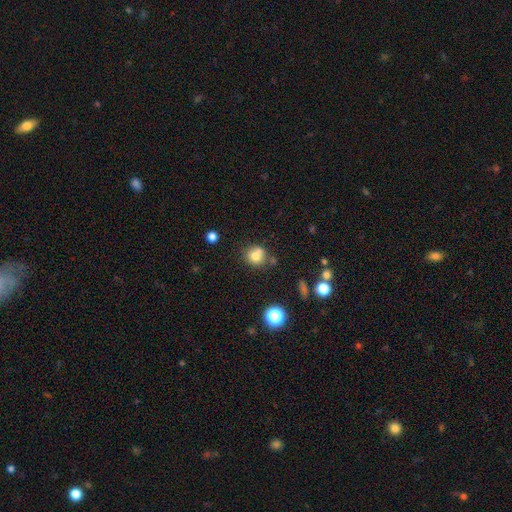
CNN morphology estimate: smooth 76%, star or artifact 13%, featured or disk 11%. Down the decision tree: how rounded — round (85%); merging — none (61%).